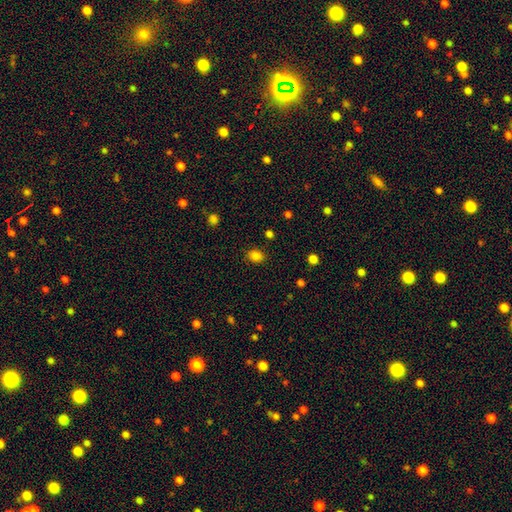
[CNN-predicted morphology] smooth 84%, star or artifact 13%, featured or disk 4%. Down the decision tree: how rounded — in between (52%); merging — none (85%).